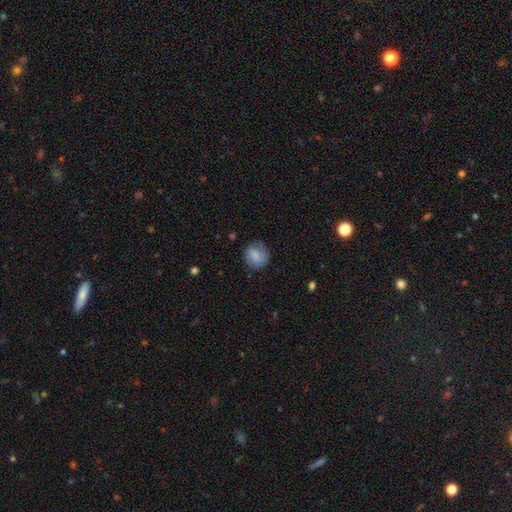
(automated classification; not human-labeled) Morphology: type=smooth (73%); roundness=round (82%); merging=none (76%).